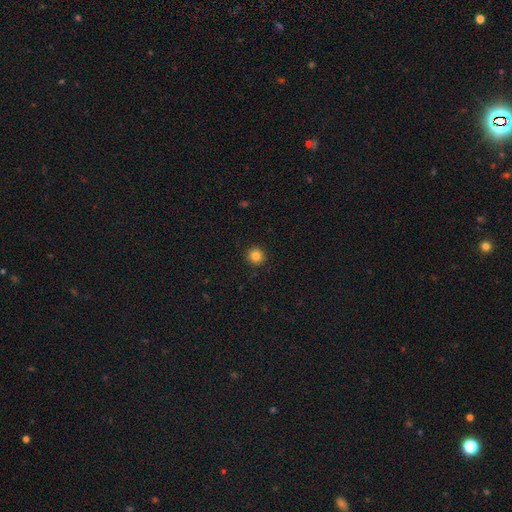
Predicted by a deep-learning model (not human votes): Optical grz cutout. It shows a smooth galaxy with no disk features (84%) that is round (95%). Merging: none (93%).